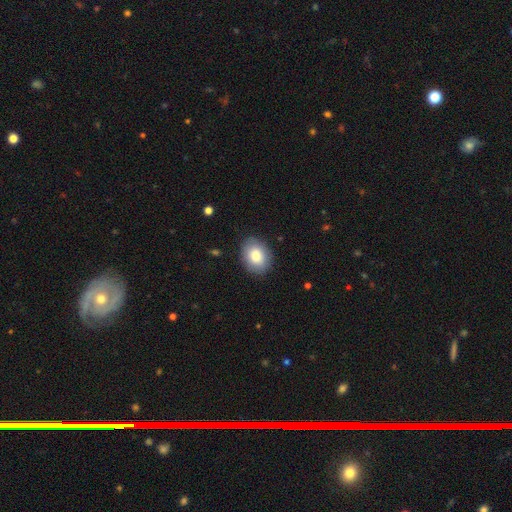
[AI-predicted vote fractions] Q: Smooth or featured?
A: smooth (82%); runner-up: featured or disk (11%)
Q: How rounded?
A: in between (63%); runner-up: round (36%)
Q: Merging?
A: none (86%); runner-up: minor disturbance (10%)